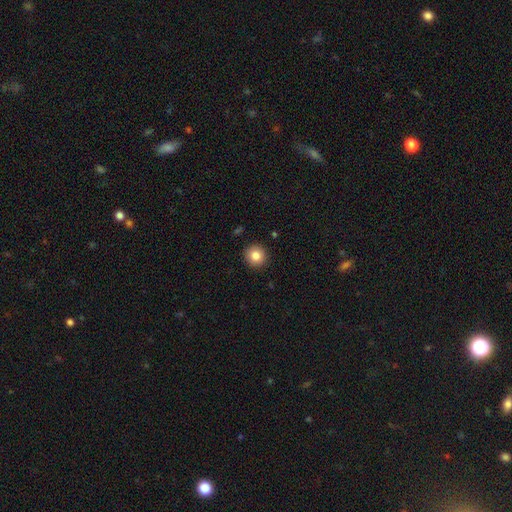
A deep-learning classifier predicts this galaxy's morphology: This is clearly a smooth galaxy (84%). How rounded: clearly round (93%). Merging: clearly none (92%).